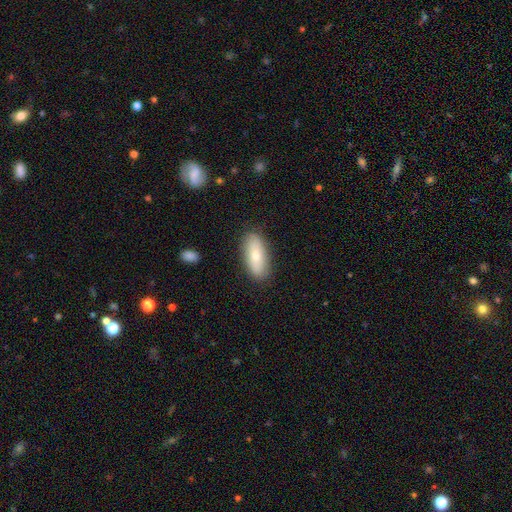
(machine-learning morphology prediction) Smooth or featured?
  - smooth: 71% *
  - featured or disk: 22%
  - star or artifact: 6%
How rounded?
  - in between: 82% *
  - cigar-shaped: 15%
  - round: 3%
Merging?
  - none: 86% *
  - minor disturbance: 11%
  - major disturbance: 3%
  - merger: 1%